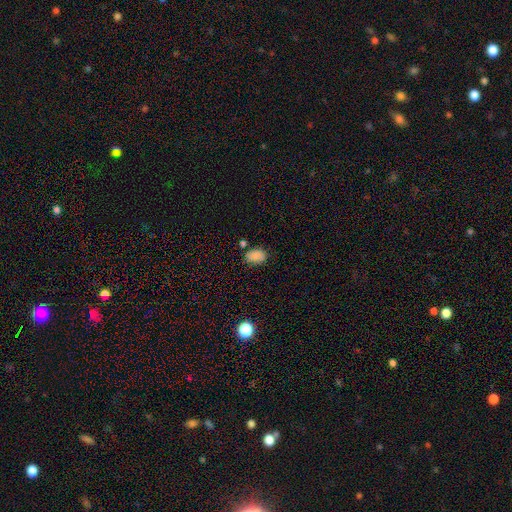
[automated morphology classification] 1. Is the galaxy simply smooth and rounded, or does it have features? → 84% smooth, 11% star or artifact, 5% featured or disk.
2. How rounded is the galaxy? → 80% in between, 19% round, 1% cigar-shaped.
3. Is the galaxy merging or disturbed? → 73% none, 18% minor disturbance, 5% merger, 4% major disturbance.